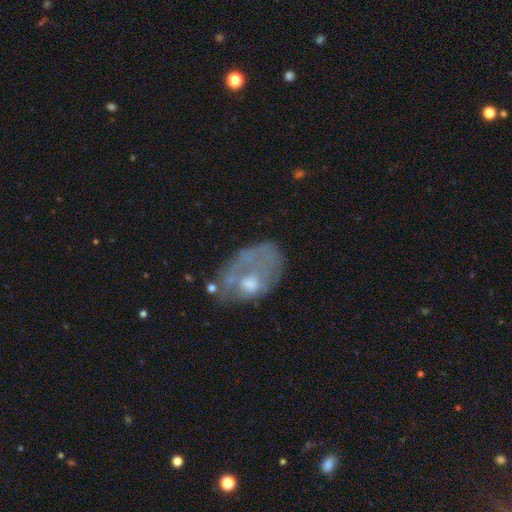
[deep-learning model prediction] This appears to be a featured or disk galaxy (52%). Merging: none (37%).